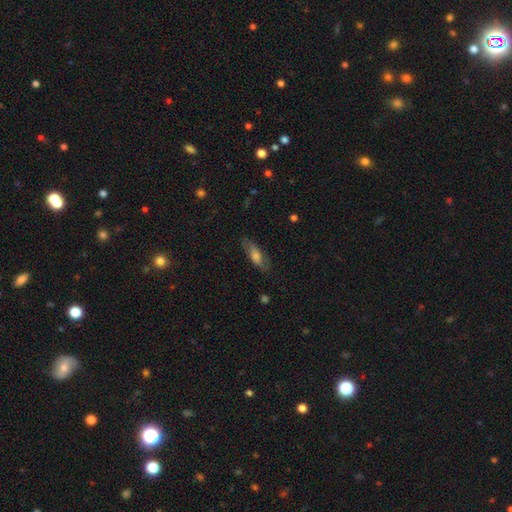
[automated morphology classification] Smooth or featured? Predicted: smooth (p=0.59). How rounded? Predicted: in between (p=0.54). Merging? Predicted: none (p=0.77).